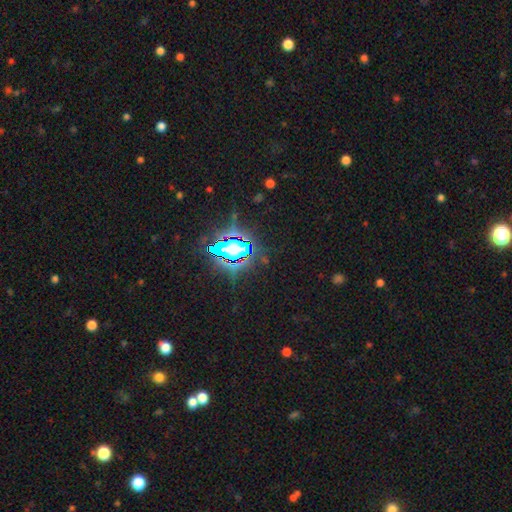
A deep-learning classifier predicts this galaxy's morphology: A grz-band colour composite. It shows a star or artifact, not a galaxy (81%).